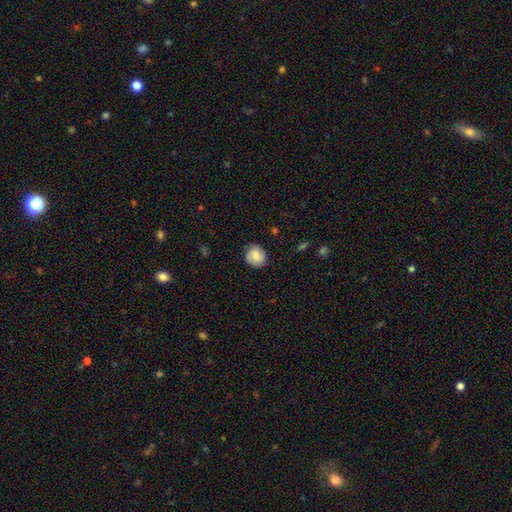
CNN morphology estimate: Smooth or featured?
  - smooth: 66% *
  - featured or disk: 26%
  - star or artifact: 8%
How rounded?
  - round: 75% *
  - in between: 24%
  - cigar-shaped: 1%
Merging?
  - none: 82% *
  - minor disturbance: 13%
  - major disturbance: 3%
  - merger: 1%